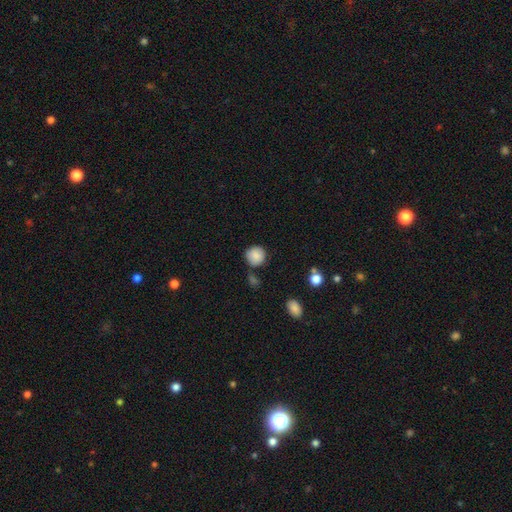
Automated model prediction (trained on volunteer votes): Smooth or featured? smooth (87%)
How rounded? round (91%)
Merging? none (76%)